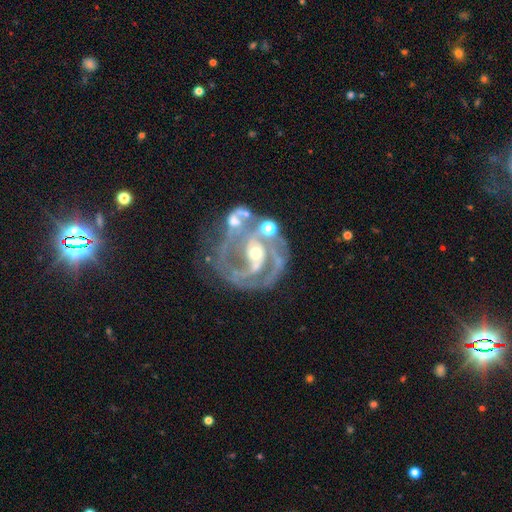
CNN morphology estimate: type=featured or disk (86%); edge-on=no (97%); bar=weak (34%); spiral arms=yes (87%); winding=tight (48%); arm count=2 (53%); bulge=small (53%); merging=none (45%).